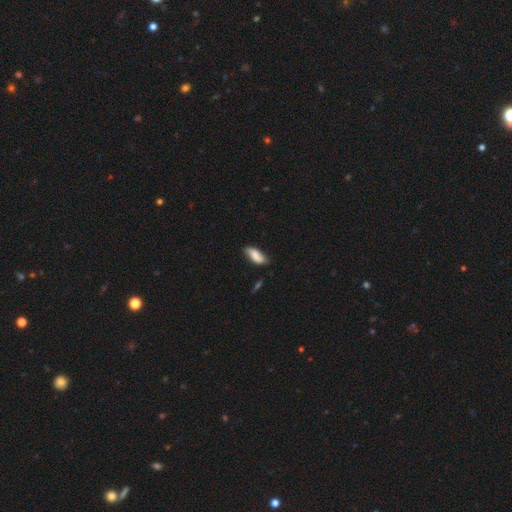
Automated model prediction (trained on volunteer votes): Morphology: type=smooth (74%); roundness=in between (81%); merging=none (71%).